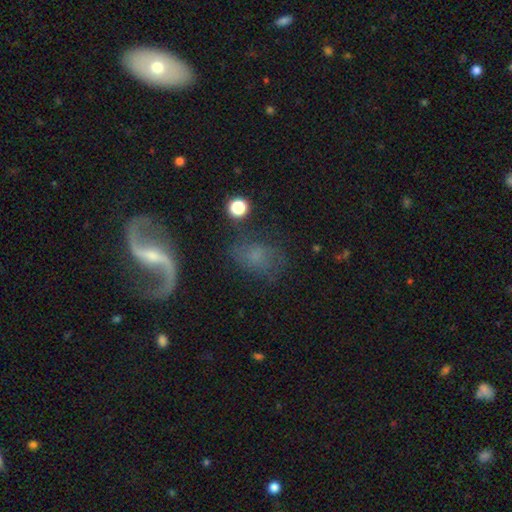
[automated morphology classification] A featured or disk galaxy (58%) with a weak bar (44%), spiral arms (86%) and a small central bulge (59%). Merging: none (65%).